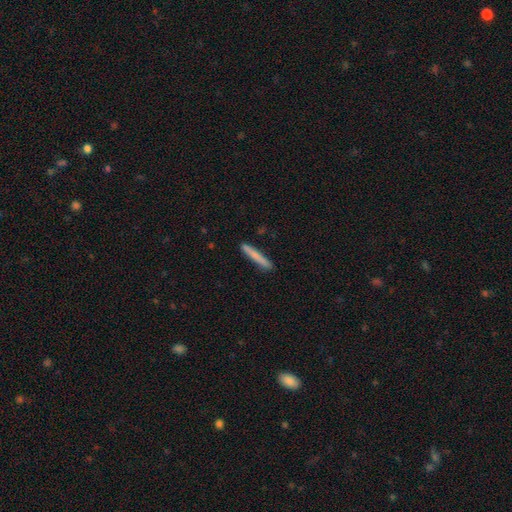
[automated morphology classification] Smooth or featured? Predicted: smooth (p=0.76). How rounded? Predicted: cigar-shaped (p=0.96). Merging? Predicted: none (p=0.90).